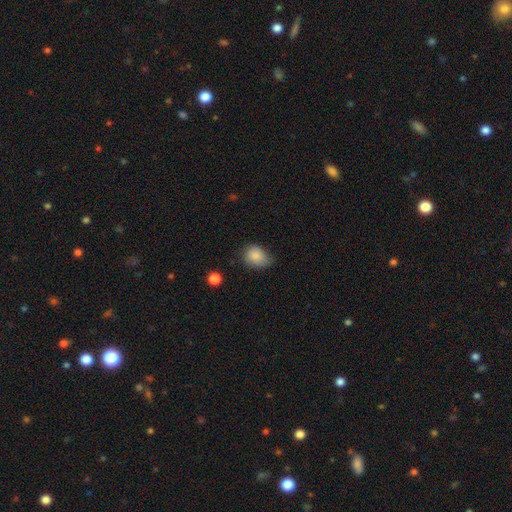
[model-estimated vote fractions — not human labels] Smooth or featured?
  - smooth: 84% *
  - star or artifact: 9%
  - featured or disk: 6%
How rounded?
  - in between: 51% *
  - round: 48%
  - cigar-shaped: 1%
Merging?
  - none: 53% *
  - minor disturbance: 37%
  - major disturbance: 8%
  - merger: 2%